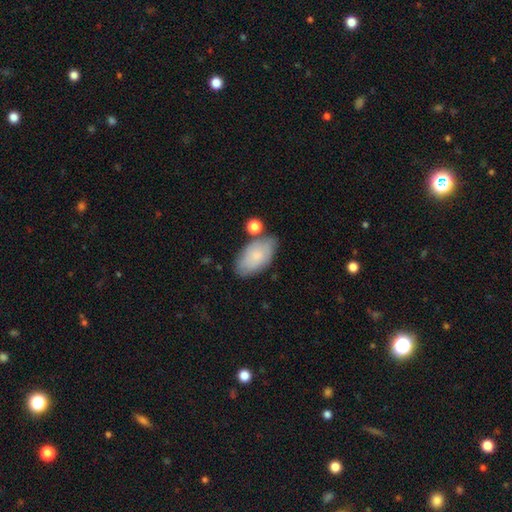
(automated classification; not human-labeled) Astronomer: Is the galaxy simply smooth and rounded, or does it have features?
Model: smooth — 78%.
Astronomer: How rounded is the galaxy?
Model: in between — 94%.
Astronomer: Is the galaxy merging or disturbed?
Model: none — 64%.